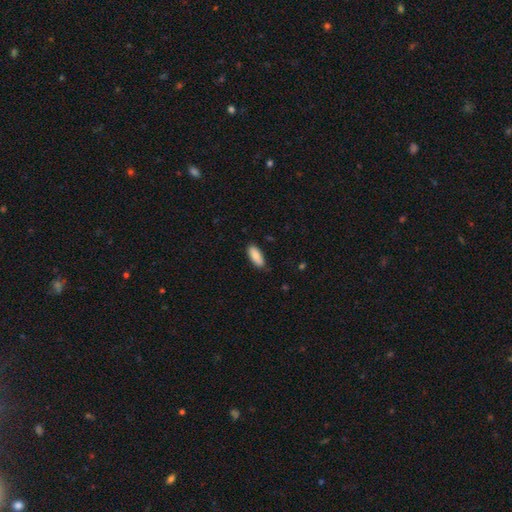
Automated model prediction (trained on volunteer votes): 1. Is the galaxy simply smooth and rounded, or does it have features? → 85% smooth, 9% featured or disk, 6% star or artifact.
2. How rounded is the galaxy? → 82% in between, 17% cigar-shaped, 2% round.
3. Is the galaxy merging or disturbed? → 81% none, 15% minor disturbance, 2% major disturbance, 1% merger.